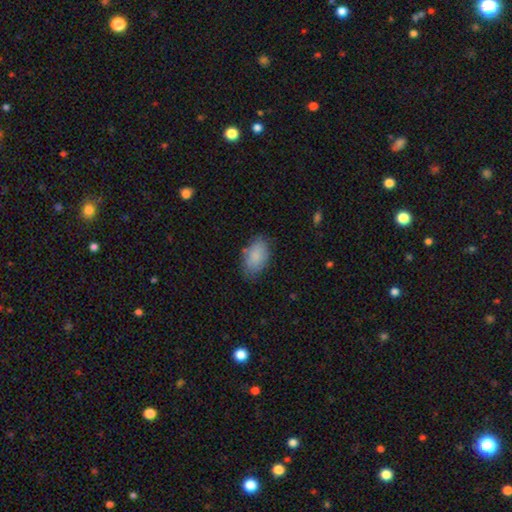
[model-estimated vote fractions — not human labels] This appears to be a smooth galaxy with no disk features (85%) that is in between round and cigar-shaped (92%). Merging: none (74%).